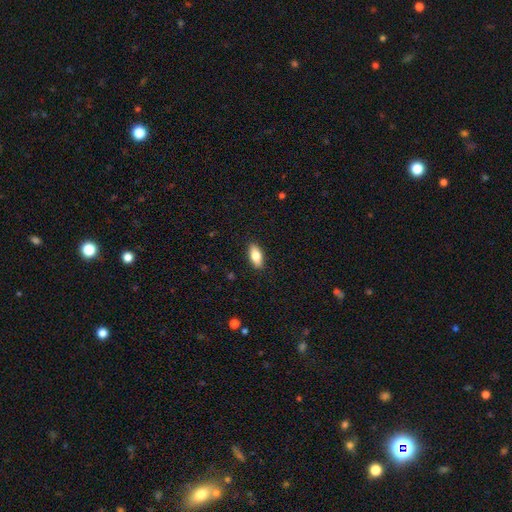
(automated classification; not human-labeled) Smooth or featured: smooth — 76% (featured or disk — 17%)
How rounded: in between — 84% (cigar-shaped — 13%)
Merging: none — 89% (minor disturbance — 8%)